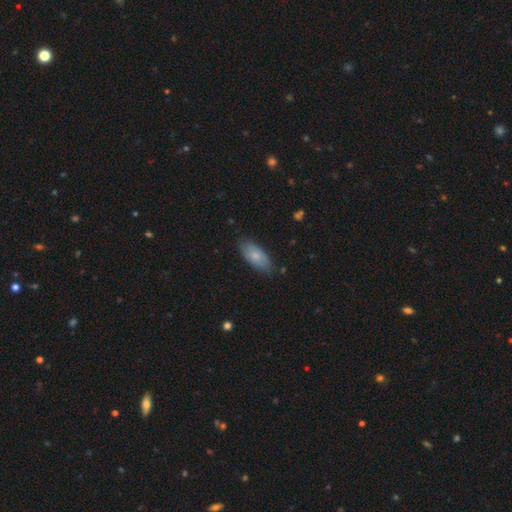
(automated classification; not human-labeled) A smooth galaxy with no disk features (75%) that is in between round and cigar-shaped (88%).

Vote fractions:
- Smooth or featured? smooth: 75% / featured or disk: 19% / star or artifact: 6%
- How rounded? in between: 88% / cigar-shaped: 9% / round: 2%
- Merging? none: 78% / minor disturbance: 18% / major disturbance: 3% / merger: 1%